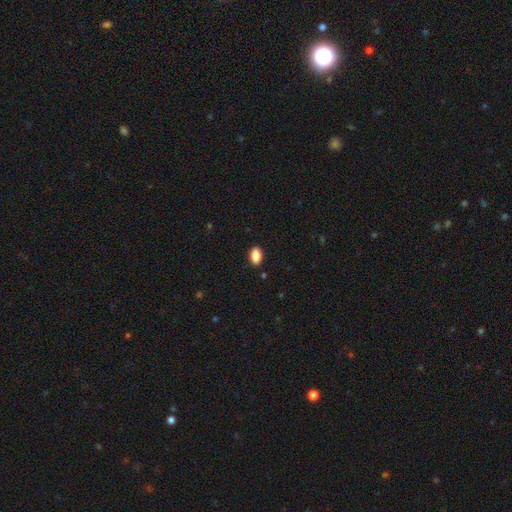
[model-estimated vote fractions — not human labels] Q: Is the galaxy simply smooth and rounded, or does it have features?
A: smooth — 87%.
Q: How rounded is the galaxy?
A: in between — 90%.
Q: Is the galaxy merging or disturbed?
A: none — 89%.